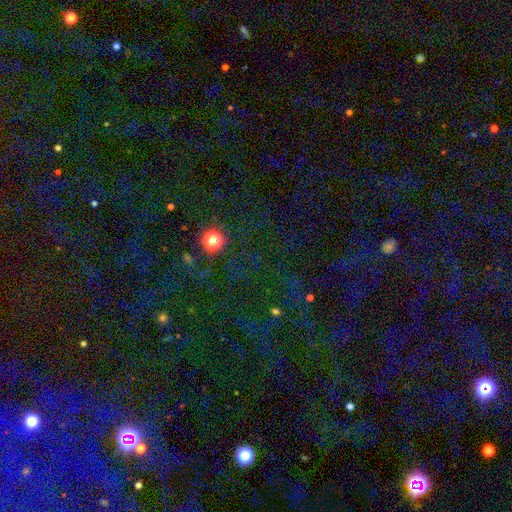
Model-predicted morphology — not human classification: A star or artifact, not a galaxy (72%).

Vote fractions:
- Smooth or featured? star or artifact: 72% / smooth: 20% / featured or disk: 8%